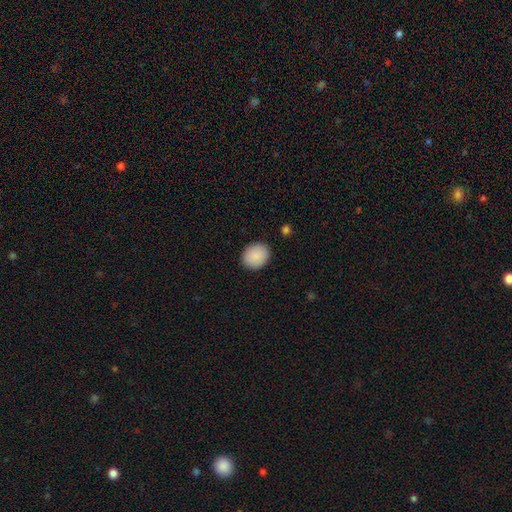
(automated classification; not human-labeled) Overall: smooth (90%). How rounded: round (63%; in between 36%). Merging: none (90%).